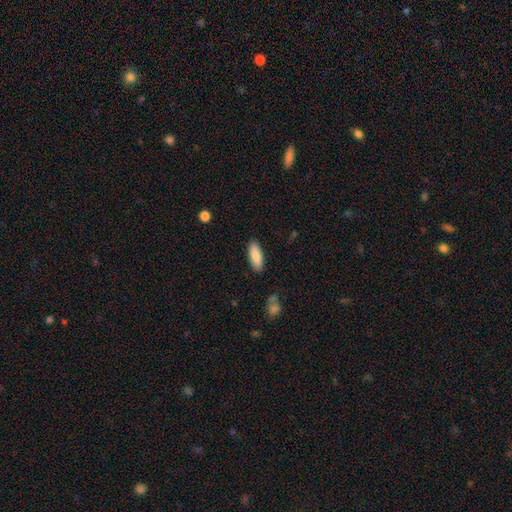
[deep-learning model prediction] Q: Smooth or featured?
A: smooth (86%); runner-up: featured or disk (8%)
Q: How rounded?
A: in between (67%); runner-up: cigar-shaped (31%)
Q: Merging?
A: none (88%); runner-up: minor disturbance (9%)